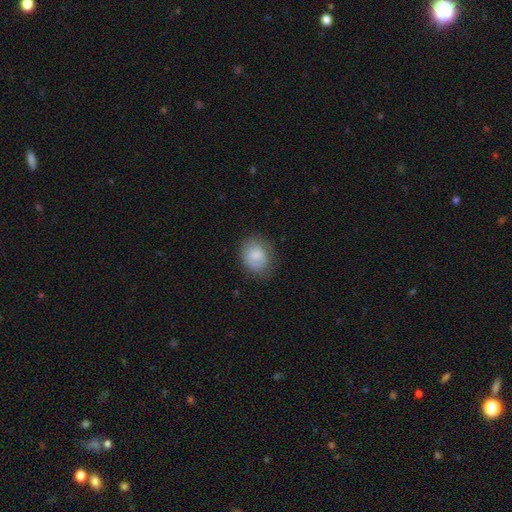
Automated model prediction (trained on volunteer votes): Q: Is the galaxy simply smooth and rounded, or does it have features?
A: smooth — 80%.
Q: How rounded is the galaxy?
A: round — 51%.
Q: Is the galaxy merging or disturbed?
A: none — 68%.